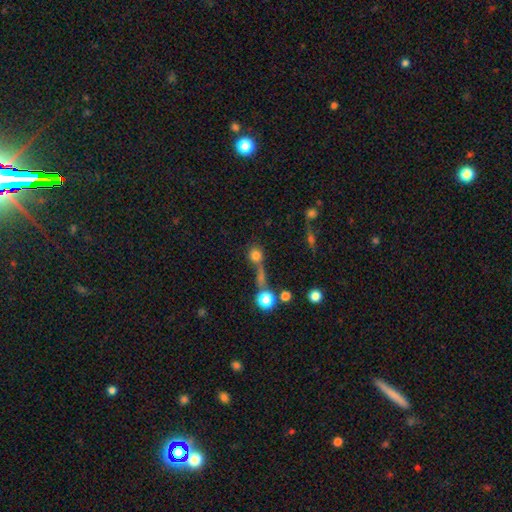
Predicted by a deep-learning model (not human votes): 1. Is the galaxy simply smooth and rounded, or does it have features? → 71% smooth, 18% star or artifact, 12% featured or disk.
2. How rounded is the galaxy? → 83% round, 13% in between, 4% cigar-shaped.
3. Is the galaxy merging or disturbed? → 45% none, 36% merger, 9% major disturbance, 9% minor disturbance.